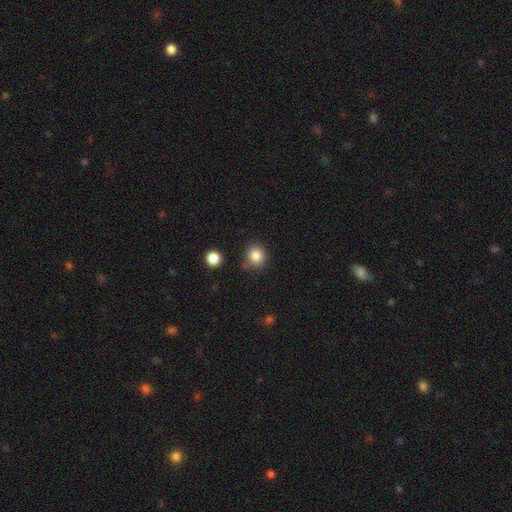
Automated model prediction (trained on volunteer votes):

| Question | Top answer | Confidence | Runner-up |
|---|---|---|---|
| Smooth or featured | smooth | 85% | star or artifact (11%) |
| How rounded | round | 90% | in between (9%) |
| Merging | none | 80% | minor disturbance (12%) |